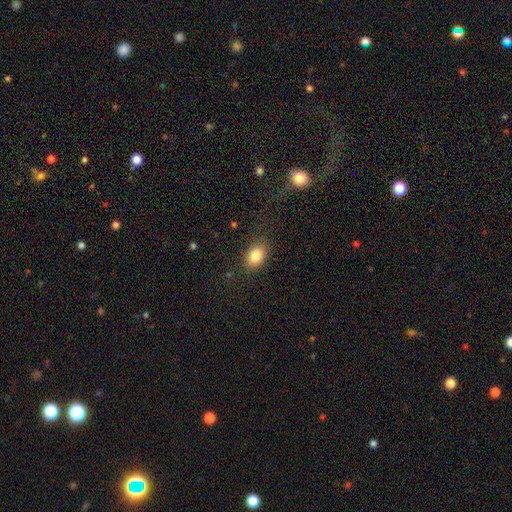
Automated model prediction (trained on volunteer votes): smooth 84%, star or artifact 9%, featured or disk 7%. Down the decision tree: how rounded — in between (80%); merging — none (82%).